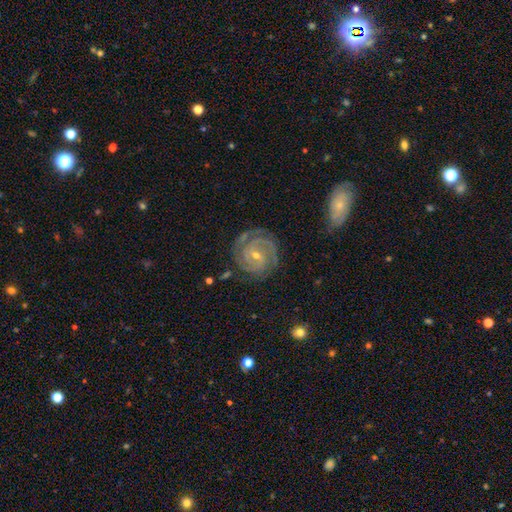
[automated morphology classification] Smooth or featured?
  - featured or disk: 89% *
  - star or artifact: 6%
  - smooth: 5%
Edge-on disk?
  - no: 97% *
  - yes: 3%
Bar?
  - no: 52% *
  - weak: 35%
  - strong: 13%
Spiral arms?
  - yes: 98% *
  - no: 2%
Spiral winding?
  - tight: 78% *
  - medium: 19%
  - loose: 3%
Spiral arm count?
  - 2: 42% *
  - 3: 29%
  - can't tell: 12%
  - 4: 8%
  - 1: 4%
  - more than 4: 4%
Bulge size?
  - small: 68% *
  - moderate: 29%
  - none: 1%
  - large: 1%
  - dominant: 1%
Merging?
  - none: 79% *
  - minor disturbance: 14%
  - major disturbance: 5%
  - merger: 2%